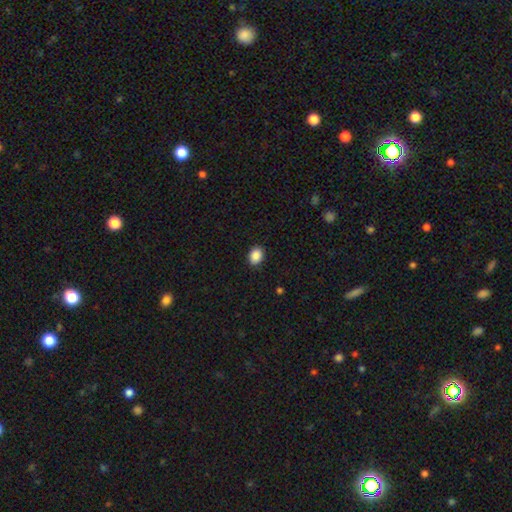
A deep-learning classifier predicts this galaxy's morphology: Overall: smooth (89%). How rounded: in between (61%; round 38%). Merging: none (89%).